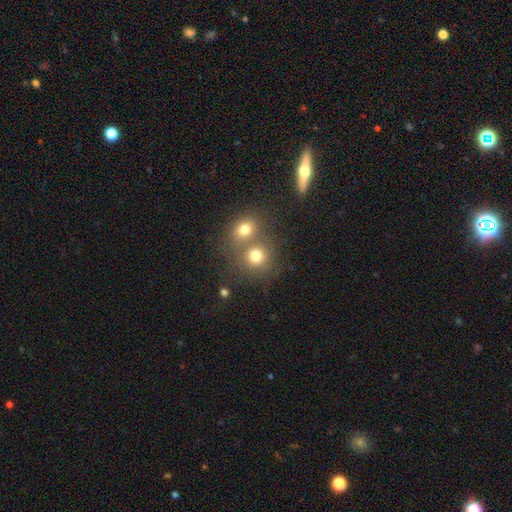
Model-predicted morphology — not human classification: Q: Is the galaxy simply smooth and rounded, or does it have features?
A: smooth — 76%.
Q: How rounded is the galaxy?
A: round — 84%.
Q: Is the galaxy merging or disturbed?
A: none — 47%.